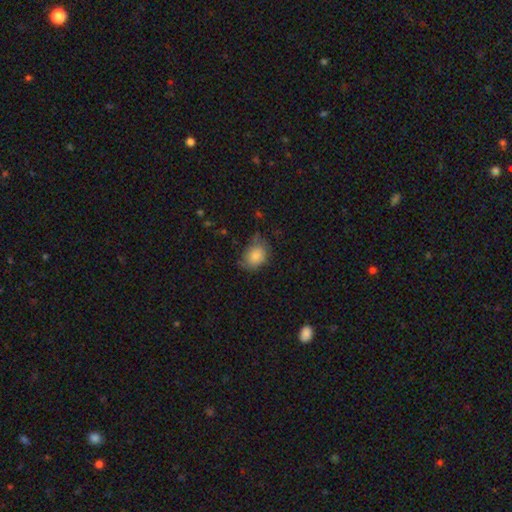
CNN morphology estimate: This is clearly a smooth galaxy (83%). How rounded: likely in between (68%). Merging: possibly none (55%).